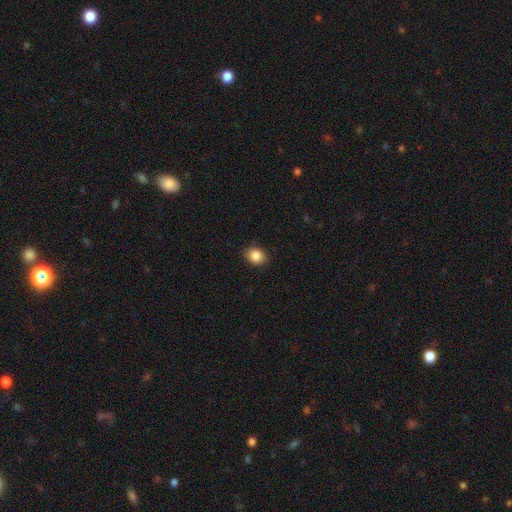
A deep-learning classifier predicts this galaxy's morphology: smooth 87%, star or artifact 9%, featured or disk 4%. Down the decision tree: how rounded — round (57%); merging — none (89%).